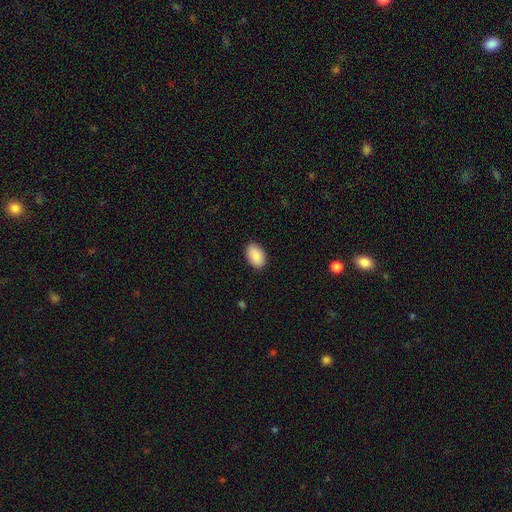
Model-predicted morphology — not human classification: smooth_or_featured: smooth (p=0.90) [alt: star or artifact p=0.06]
how_rounded: in between (p=0.91) [alt: round p=0.08]
merging: none (p=0.89) [alt: minor disturbance p=0.08]